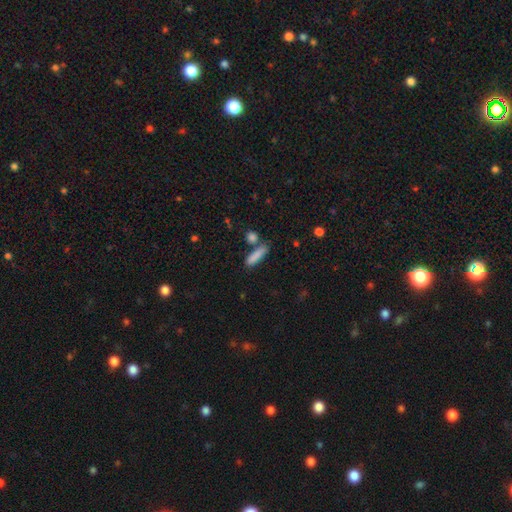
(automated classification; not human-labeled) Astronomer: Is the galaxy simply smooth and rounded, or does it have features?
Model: smooth — 84%.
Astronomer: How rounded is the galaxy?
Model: cigar-shaped — 71%.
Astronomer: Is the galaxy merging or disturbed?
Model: none — 70%.